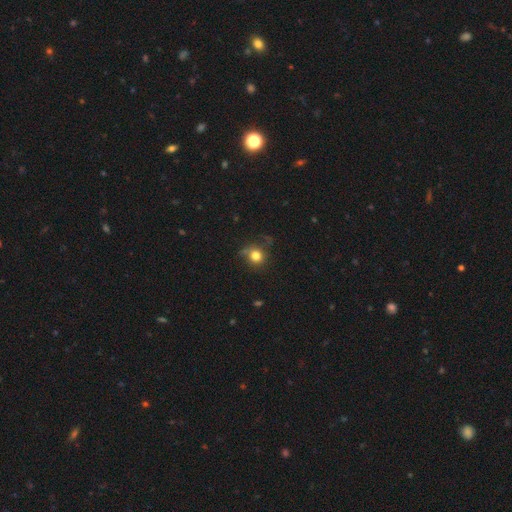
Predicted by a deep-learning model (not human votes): This is likely a smooth galaxy (78%). How rounded: clearly round (87%). Merging: likely none (67%).